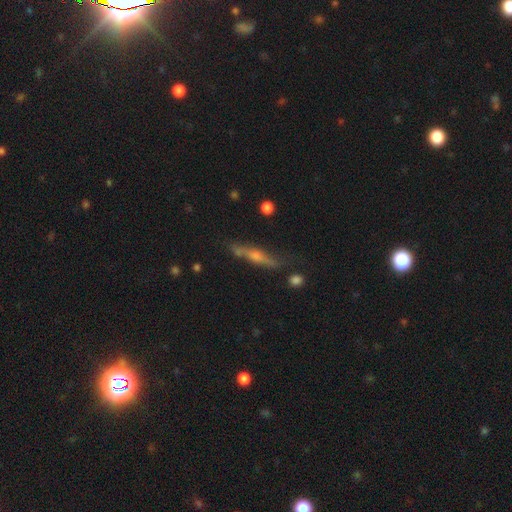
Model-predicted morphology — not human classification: Overall: featured or disk (64%; smooth 27%). Edge-on disk: yes (89%). Edge-on bulge: rounded (82%). Merging: none (68%).